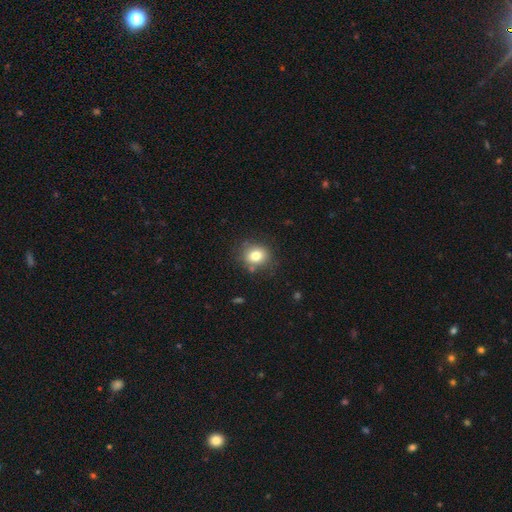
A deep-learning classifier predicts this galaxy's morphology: This appears to be a smooth galaxy with no disk features (79%) that is round (70%). Merging: none (80%).